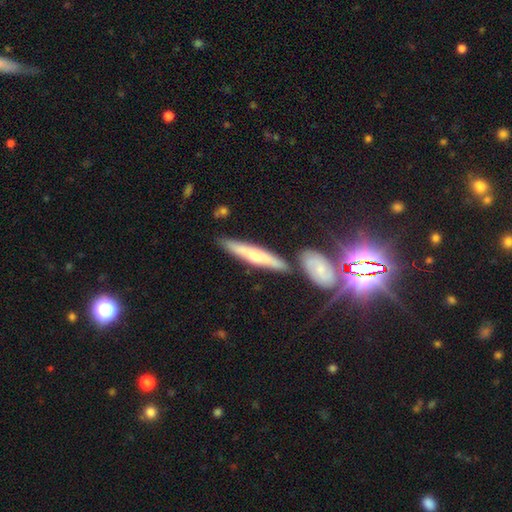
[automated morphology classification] This appears to be a featured or disk galaxy (50%). Merging: none (75%).